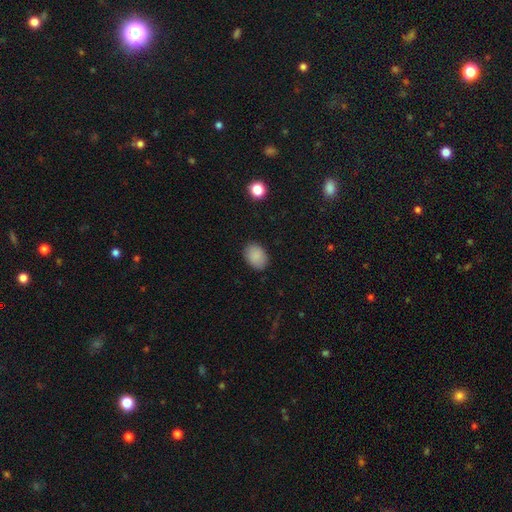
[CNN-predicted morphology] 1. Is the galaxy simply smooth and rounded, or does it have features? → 88% smooth, 8% star or artifact, 4% featured or disk.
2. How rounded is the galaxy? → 78% in between, 21% round, 1% cigar-shaped.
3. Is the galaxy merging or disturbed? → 87% none, 10% minor disturbance, 2% major disturbance, 1% merger.